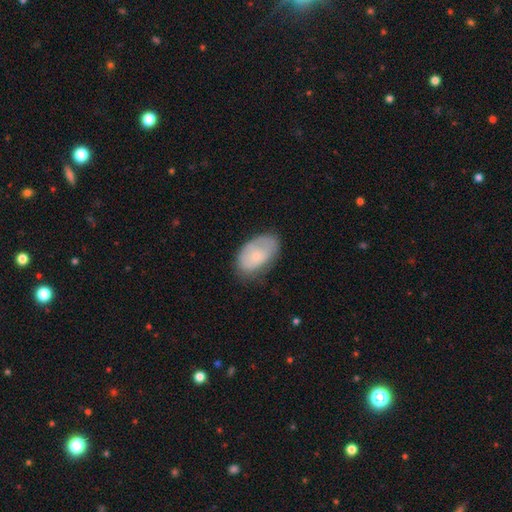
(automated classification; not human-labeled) The model was most divided on "smooth or featured": smooth: 65%, featured or disk: 28%, star or artifact: 6%. More confident: how rounded — in between (92%); merging — none (64%).